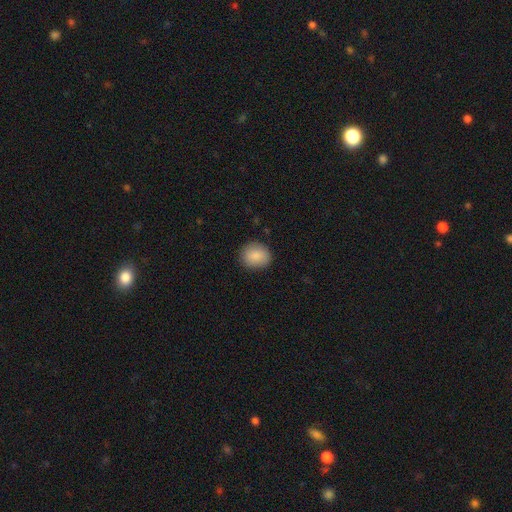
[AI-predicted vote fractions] smooth 88%, star or artifact 7%, featured or disk 5%. Down the decision tree: how rounded — round (68%); merging — none (87%).